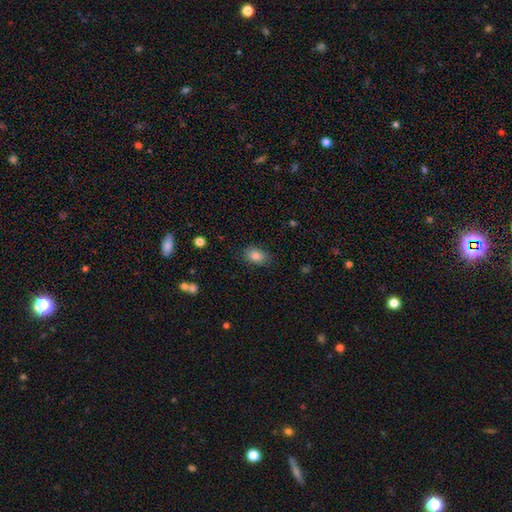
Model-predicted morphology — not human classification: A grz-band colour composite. It shows a smooth galaxy with no disk features (84%) that is in between round and cigar-shaped (80%). Merging: none (81%).